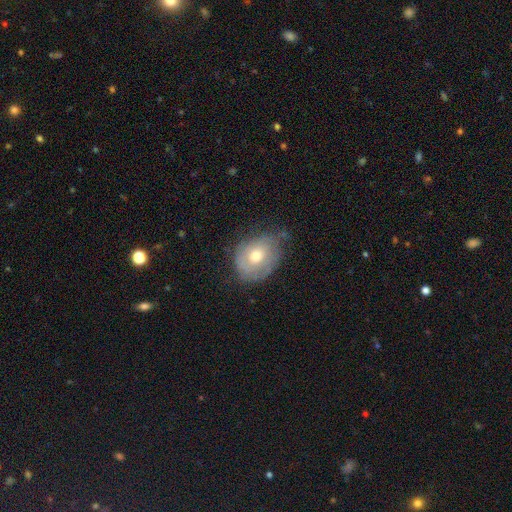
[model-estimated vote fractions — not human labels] Morphology: type=smooth (52%); roundness=in between (56%); merging=none (55%).